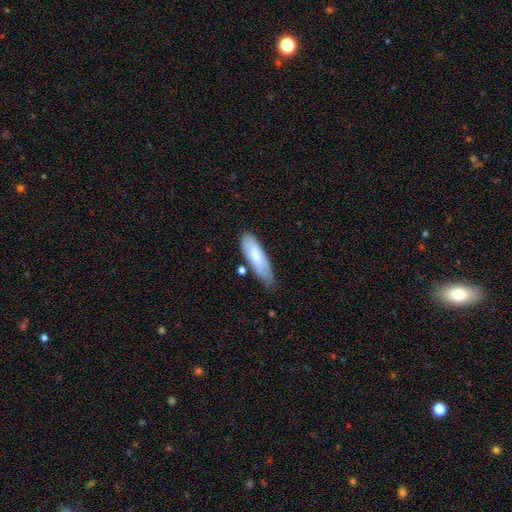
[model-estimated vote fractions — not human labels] smooth_or_featured: smooth (p=0.75) [alt: featured or disk p=0.19]
how_rounded: in between (p=0.49) [tied with: cigar-shaped p=0.49]
merging: none (p=0.63) [alt: minor disturbance p=0.26]